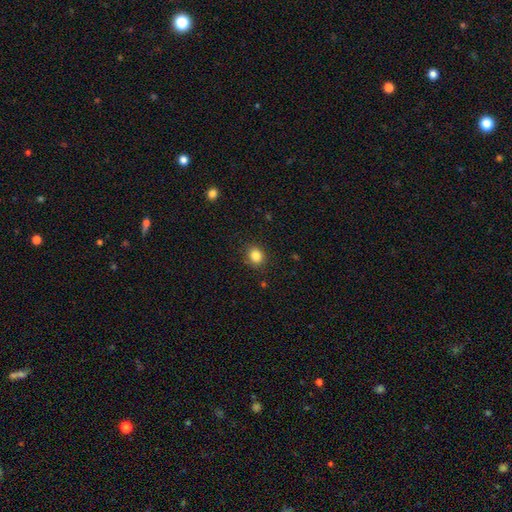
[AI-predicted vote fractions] The model was most divided on "how rounded": round: 69%, in between: 31%, cigar-shaped: 1%. More confident: merging — none (87%); smooth or featured — smooth (84%).